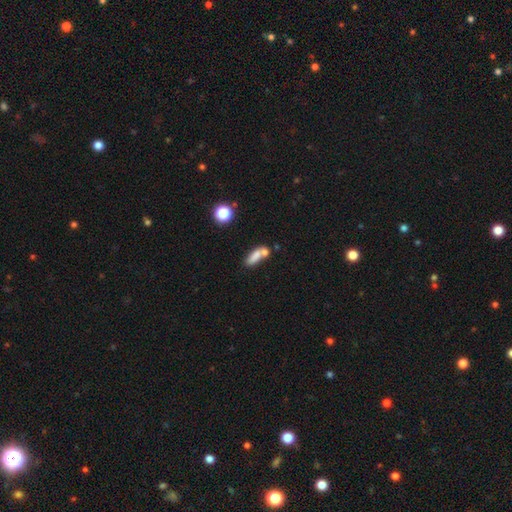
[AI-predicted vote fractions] Morphology: type=smooth (73%); roundness=in between (55%); merging=none (44%).